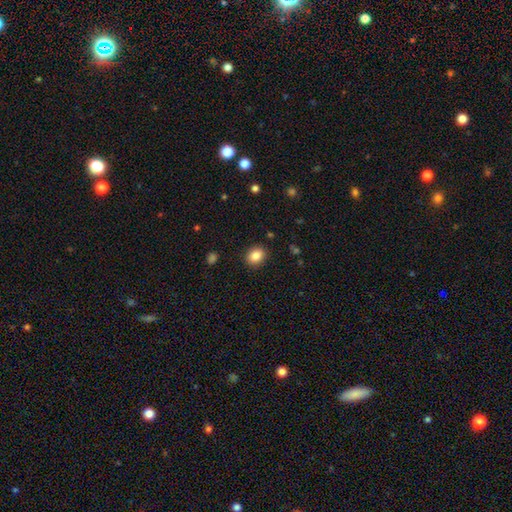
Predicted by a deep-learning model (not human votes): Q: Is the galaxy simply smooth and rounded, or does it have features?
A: smooth — 85%.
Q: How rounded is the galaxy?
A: round — 57%.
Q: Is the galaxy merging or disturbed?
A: none — 90%.